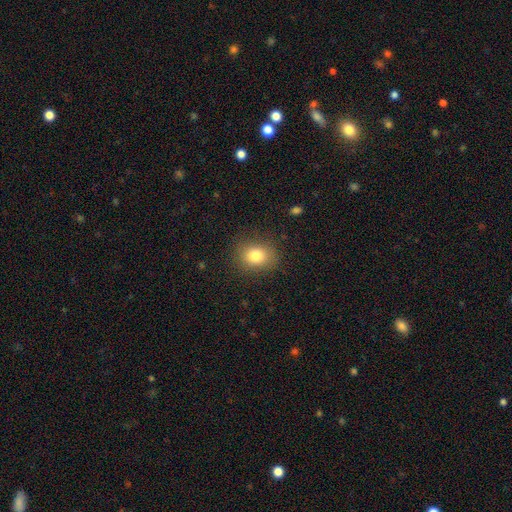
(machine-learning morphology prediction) Smooth or featured?
  - smooth: 80% *
  - star or artifact: 11%
  - featured or disk: 9%
How rounded?
  - round: 58% *
  - in between: 41%
  - cigar-shaped: 1%
Merging?
  - none: 84% *
  - minor disturbance: 11%
  - major disturbance: 4%
  - merger: 1%